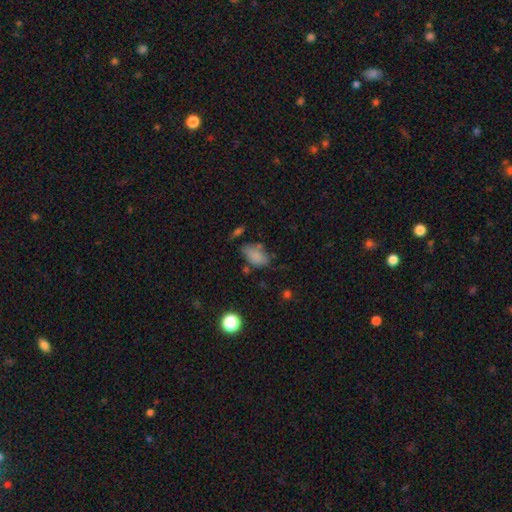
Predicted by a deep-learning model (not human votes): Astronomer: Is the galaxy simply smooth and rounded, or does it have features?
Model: smooth — 81%.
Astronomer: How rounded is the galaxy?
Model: in between — 90%.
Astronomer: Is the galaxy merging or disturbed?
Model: none — 57%.